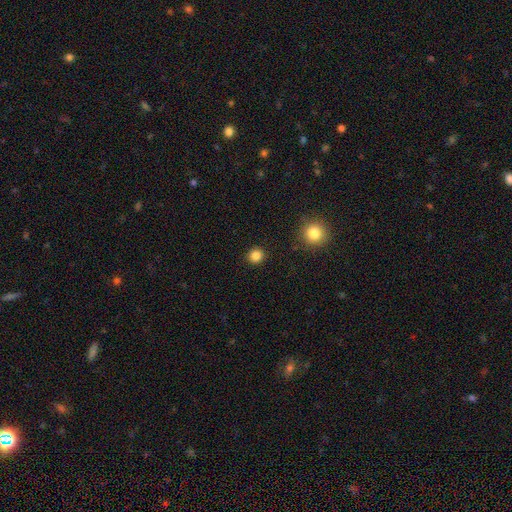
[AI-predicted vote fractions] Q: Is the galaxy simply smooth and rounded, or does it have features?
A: smooth — 85%.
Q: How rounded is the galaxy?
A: round — 90%.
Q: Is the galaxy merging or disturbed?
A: none — 91%.